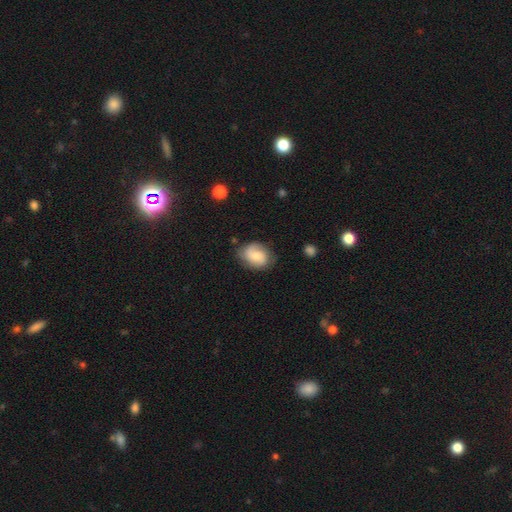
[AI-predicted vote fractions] Smooth or featured: smooth — 49% (featured or disk — 44%)
Merging: none — 72% (minor disturbance — 21%)